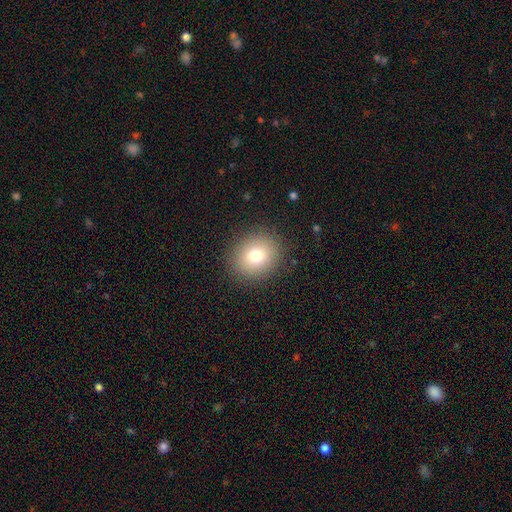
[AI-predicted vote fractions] A smooth galaxy with no disk features (75%) that is round (76%). Merging: none (89%).